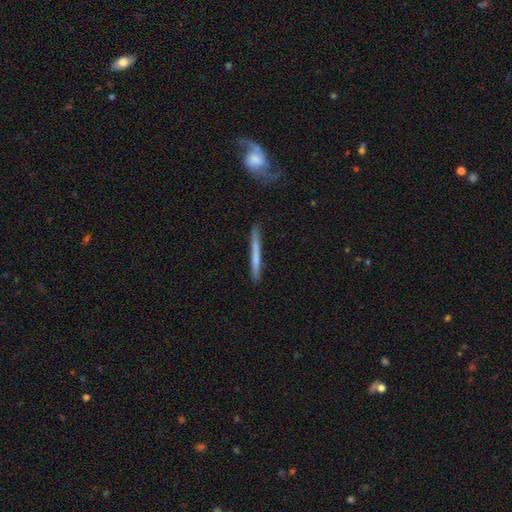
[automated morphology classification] Smooth or featured? smooth (61%)
How rounded? cigar-shaped (97%)
Merging? none (86%)